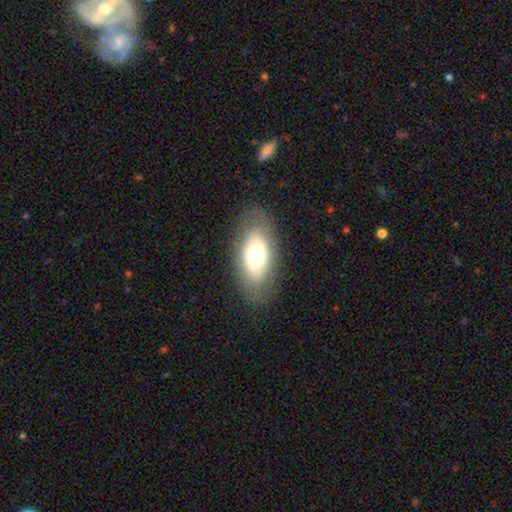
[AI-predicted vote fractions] A smooth galaxy with no disk features (56%) that is in between round and cigar-shaped (90%).

Vote fractions:
- Smooth or featured? smooth: 56% / featured or disk: 36% / star or artifact: 8%
- How rounded? in between: 90% / round: 7% / cigar-shaped: 3%
- Merging? none: 80% / minor disturbance: 13% / major disturbance: 6% / merger: 1%